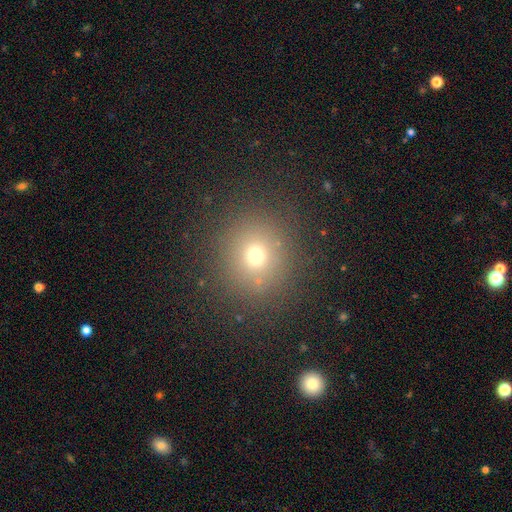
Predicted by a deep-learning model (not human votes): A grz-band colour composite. It shows a smooth galaxy with no disk features (68%) that is round (88%). Merging: none (86%).